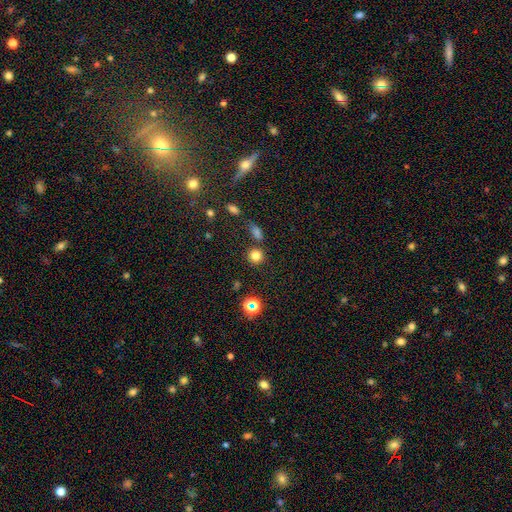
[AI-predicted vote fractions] This appears to be a smooth galaxy with no disk features (78%) that is round (91%). Merging: none (79%).